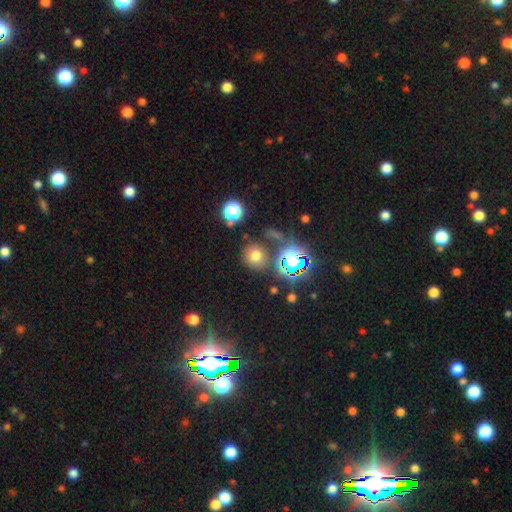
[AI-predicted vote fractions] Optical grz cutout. It shows a smooth galaxy with no disk features (65%) that is round (79%). Merging: none (76%).